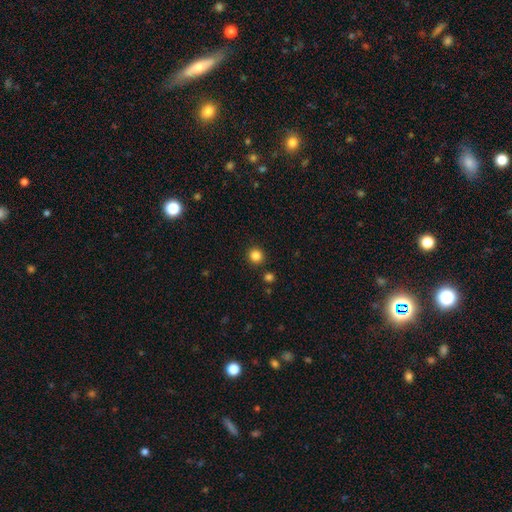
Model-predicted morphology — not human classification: Q: Smooth or featured?
A: smooth (84%); runner-up: star or artifact (12%)
Q: How rounded?
A: round (93%); runner-up: in between (6%)
Q: Merging?
A: none (90%); runner-up: minor disturbance (5%)